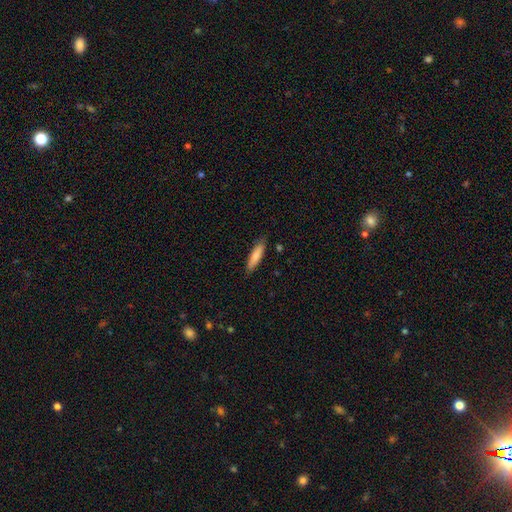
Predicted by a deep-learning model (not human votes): The model was most divided on "how rounded": cigar-shaped: 72%, in between: 27%, round: 1%. More confident: merging — none (84%); smooth or featured — smooth (81%).